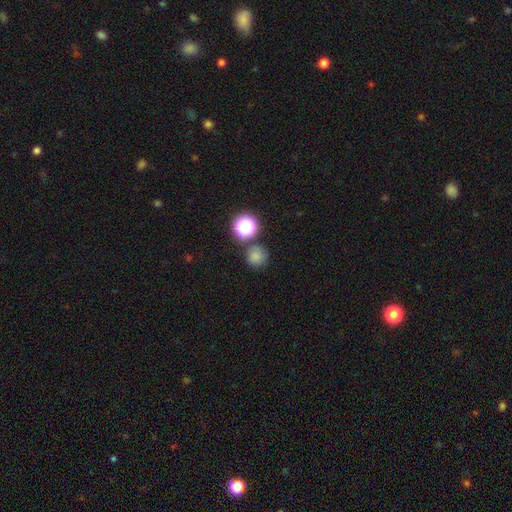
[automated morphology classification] Smooth or featured?
  - smooth: 75% *
  - star or artifact: 18%
  - featured or disk: 7%
How rounded?
  - round: 92% *
  - in between: 7%
  - cigar-shaped: 1%
Merging?
  - none: 73% *
  - minor disturbance: 12%
  - merger: 11%
  - major disturbance: 4%